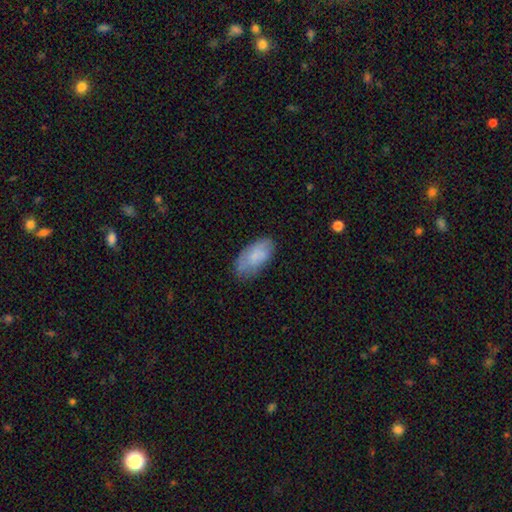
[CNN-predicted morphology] smooth-or-featured: smooth: 75% | featured or disk: 18% | star or artifact: 7%
  how-rounded: in between: 94% | cigar-shaped: 3% | round: 3%
  merging: none: 67% | minor disturbance: 25% | major disturbance: 6% | merger: 2%